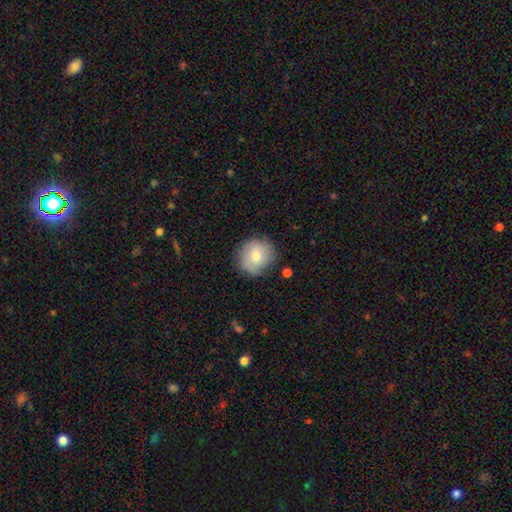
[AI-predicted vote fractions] Smooth or featured?
  - smooth: 73% *
  - featured or disk: 19%
  - star or artifact: 8%
How rounded?
  - round: 86% *
  - in between: 13%
  - cigar-shaped: 1%
Merging?
  - none: 78% *
  - minor disturbance: 16%
  - major disturbance: 4%
  - merger: 2%